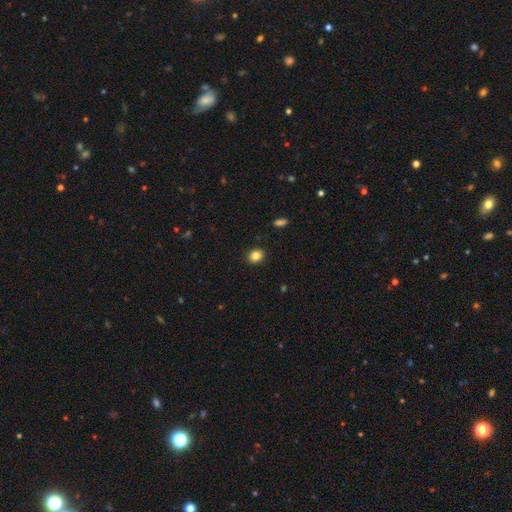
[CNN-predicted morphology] The model was most divided on "how rounded": round: 66%, in between: 33%, cigar-shaped: 1%. More confident: merging — none (91%); smooth or featured — smooth (84%).